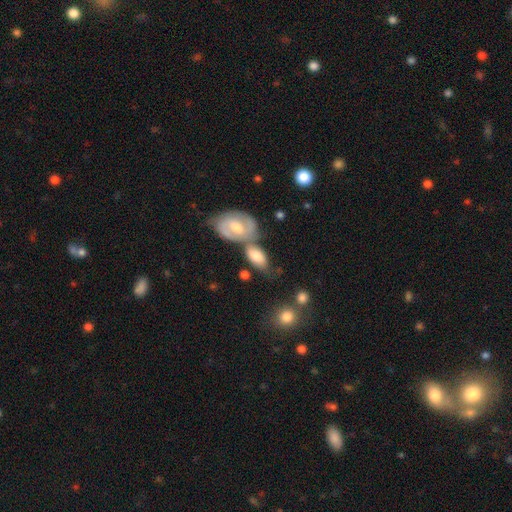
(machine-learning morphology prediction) smooth 66%, featured or disk 27%, star or artifact 7%. Down the decision tree: how rounded — in between (90%); merging — none (39%).